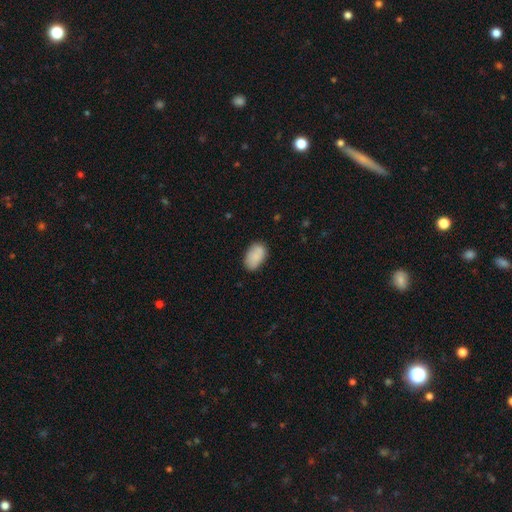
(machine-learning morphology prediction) smooth-or-featured: smooth: 86% | featured or disk: 7% | star or artifact: 7%
  how-rounded: in between: 92% | round: 7% | cigar-shaped: 1%
  merging: none: 75% | minor disturbance: 19% | major disturbance: 4% | merger: 3%